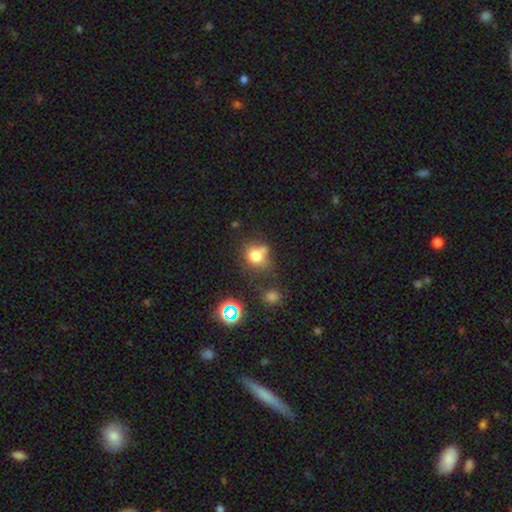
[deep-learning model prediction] Smooth or featured? Predicted: smooth (p=0.70). How rounded? Predicted: round (p=0.67). Merging? Predicted: none (p=0.48).